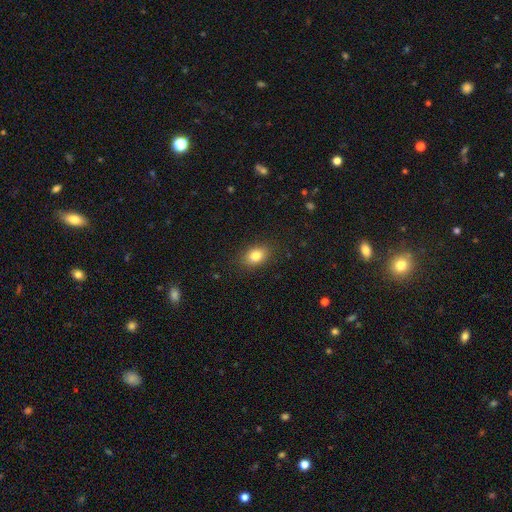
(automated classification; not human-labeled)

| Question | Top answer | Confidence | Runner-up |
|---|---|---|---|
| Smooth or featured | smooth | 81% | star or artifact (10%) |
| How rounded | in between | 74% | round (24%) |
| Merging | none | 87% | minor disturbance (10%) |